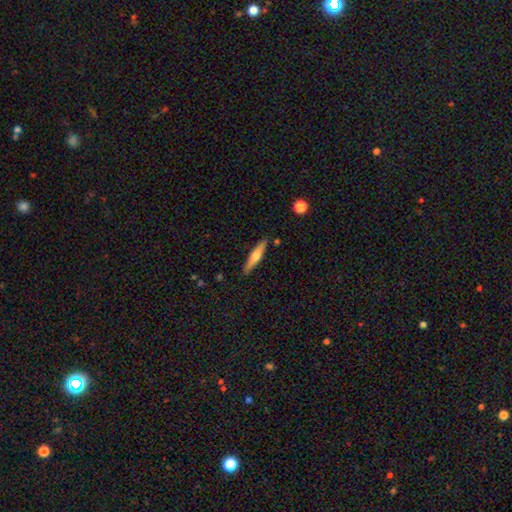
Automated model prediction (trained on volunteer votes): smooth-or-featured: featured or disk: 54% | smooth: 40% | star or artifact: 6%
  disk-edge-on: yes: 95% | no: 5%
    edge-on-bulge: rounded: 89% | none: 6% | boxy: 5%
  merging: none: 88% | minor disturbance: 9% | merger: 2% | major disturbance: 2%